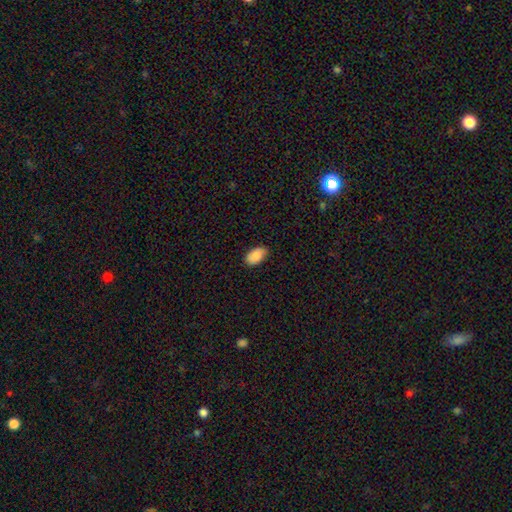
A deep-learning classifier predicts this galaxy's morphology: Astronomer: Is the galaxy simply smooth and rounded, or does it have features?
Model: smooth — 87%.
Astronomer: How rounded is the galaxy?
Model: in between — 94%.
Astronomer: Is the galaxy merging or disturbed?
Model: none — 85%.